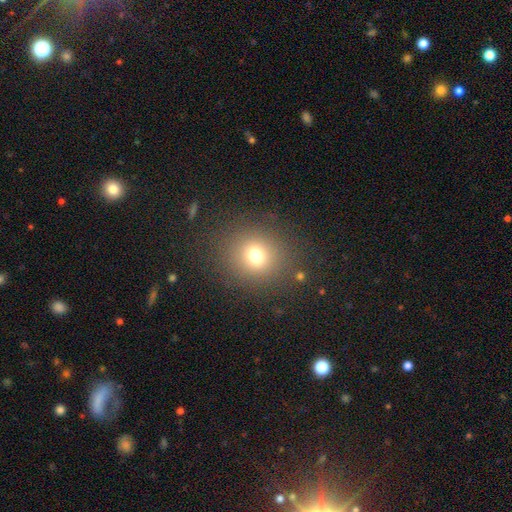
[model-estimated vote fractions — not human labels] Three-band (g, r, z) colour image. It shows a smooth galaxy with no disk features (72%) that is round (85%). Merging: none (85%).